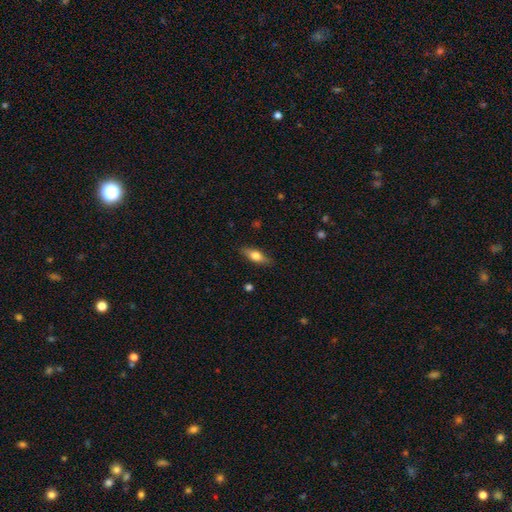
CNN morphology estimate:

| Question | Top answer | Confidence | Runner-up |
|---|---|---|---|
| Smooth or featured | smooth | 60% | featured or disk (34%) |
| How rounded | in between | 59% | cigar-shaped (38%) |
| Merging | none | 86% | minor disturbance (11%) |